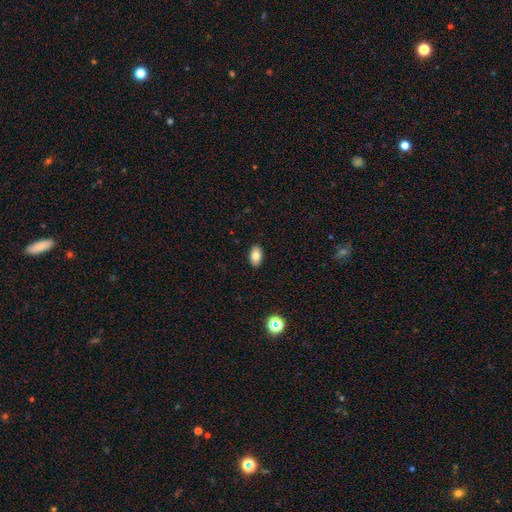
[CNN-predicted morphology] Smooth or featured? Predicted: smooth (p=0.80). How rounded? Predicted: in between (p=0.91). Merging? Predicted: none (p=0.90).